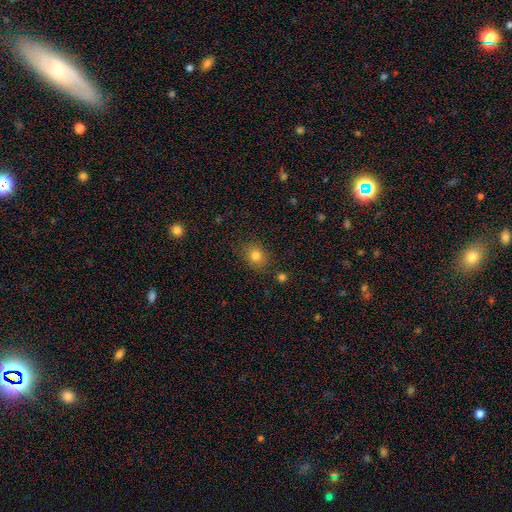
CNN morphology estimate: The model was most divided on "how rounded": round: 59%, in between: 40%, cigar-shaped: 1%. More confident: merging — none (81%); smooth or featured — smooth (80%).